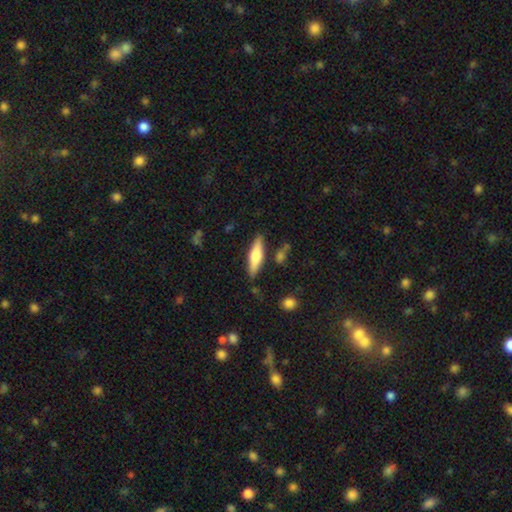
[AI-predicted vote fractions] Smooth or featured? Predicted: smooth (p=0.57). How rounded? Predicted: cigar-shaped (p=0.69). Merging? Predicted: none (p=0.82).